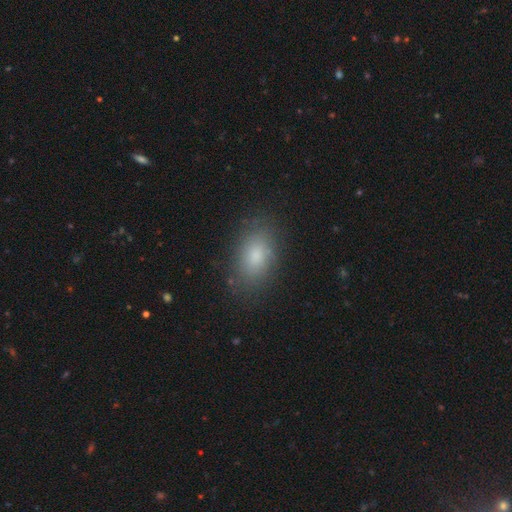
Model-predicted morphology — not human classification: Overall: smooth (80%). How rounded: in between (89%). Merging: none (83%).